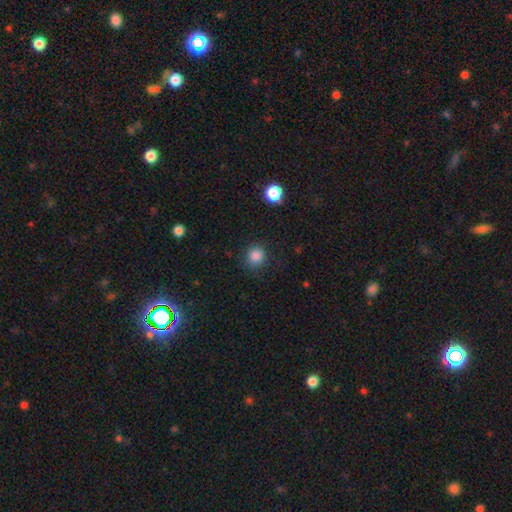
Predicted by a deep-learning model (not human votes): This is clearly a smooth galaxy (85%). How rounded: clearly round (88%). Merging: clearly none (83%).